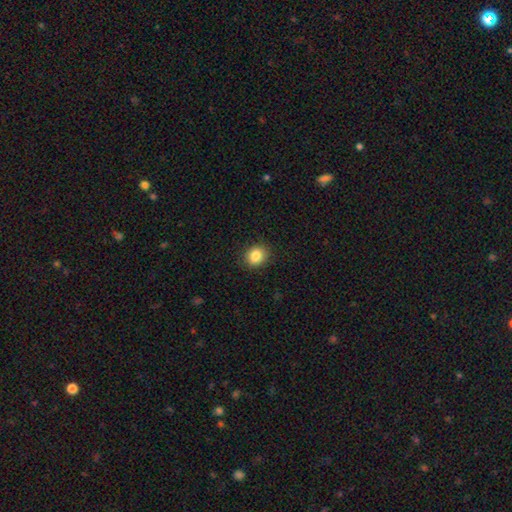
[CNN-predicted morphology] type=smooth (86%); roundness=round (67%); merging=none (89%).